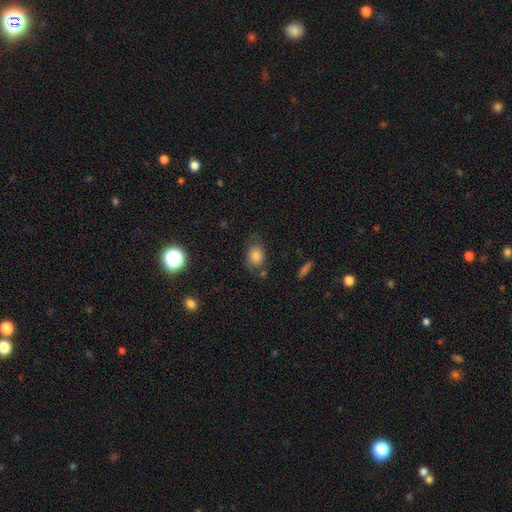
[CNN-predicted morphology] This is likely a smooth galaxy (77%). How rounded: likely in between (65%). Merging: likely none (61%).